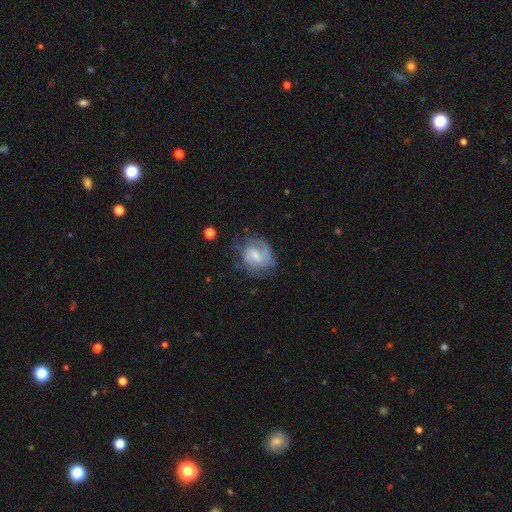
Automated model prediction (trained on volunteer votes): Smooth or featured? featured or disk (72%)
Edge-on disk? no (97%)
Bar? weak (57%)
Spiral arms? yes (88%)
Spiral winding? medium (44%)
Spiral arm count? 2 (60%)
Bulge size? small (43%)
Merging? none (60%)